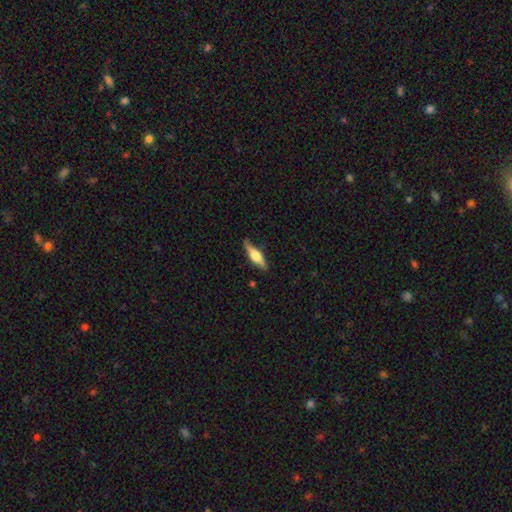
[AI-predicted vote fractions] featured or disk 64%, smooth 30%, star or artifact 6%. Down the decision tree: edge-on disk — yes (96%); edge-on bulge — rounded (91%); merging — none (84%).